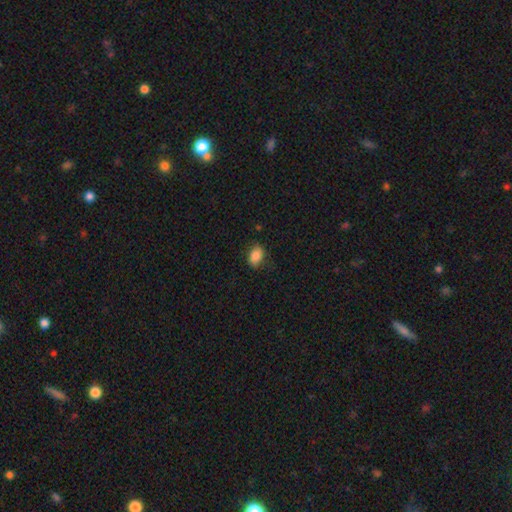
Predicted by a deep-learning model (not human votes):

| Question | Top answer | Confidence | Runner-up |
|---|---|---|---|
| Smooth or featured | smooth | 84% | star or artifact (8%) |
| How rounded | in between | 77% | round (22%) |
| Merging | none | 74% | minor disturbance (20%) |